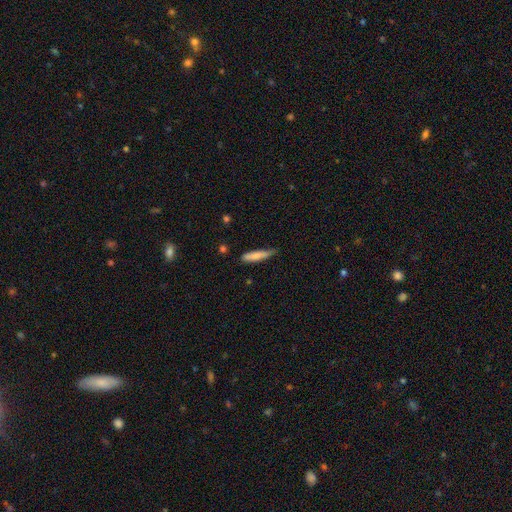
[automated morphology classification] This is likely a smooth galaxy (75%). How rounded: clearly cigar-shaped (84%). Merging: likely none (62%).